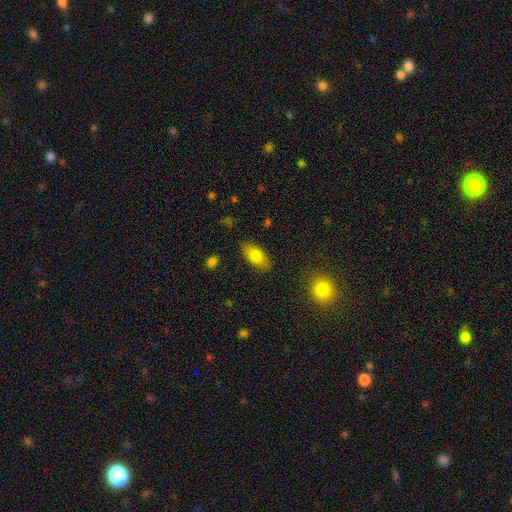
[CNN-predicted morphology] Q: Smooth or featured?
A: smooth (77%); runner-up: featured or disk (16%)
Q: How rounded?
A: in between (88%); runner-up: cigar-shaped (8%)
Q: Merging?
A: none (85%); runner-up: minor disturbance (11%)